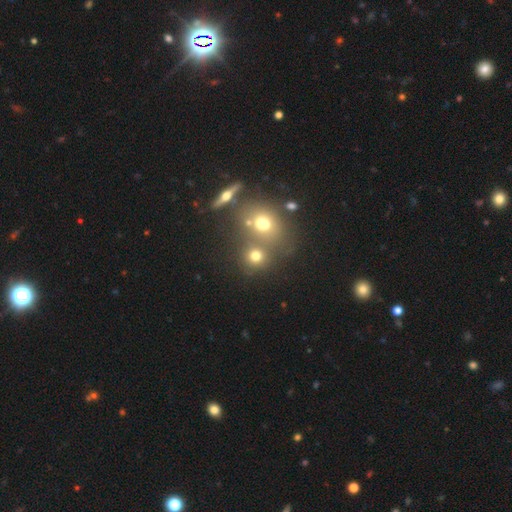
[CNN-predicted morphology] This is likely a smooth galaxy (70%). How rounded: clearly round (83%). Merging: possibly none (54%).